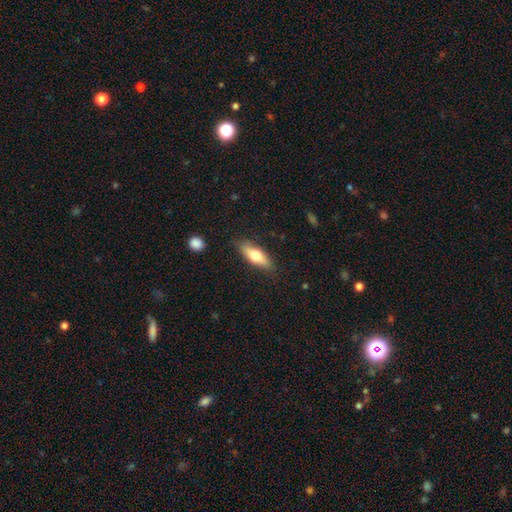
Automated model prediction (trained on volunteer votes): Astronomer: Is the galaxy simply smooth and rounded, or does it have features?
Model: smooth — 67%.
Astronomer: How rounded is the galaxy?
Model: in between — 60% (runner-up: cigar-shaped, 37%).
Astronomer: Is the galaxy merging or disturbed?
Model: none — 84%.